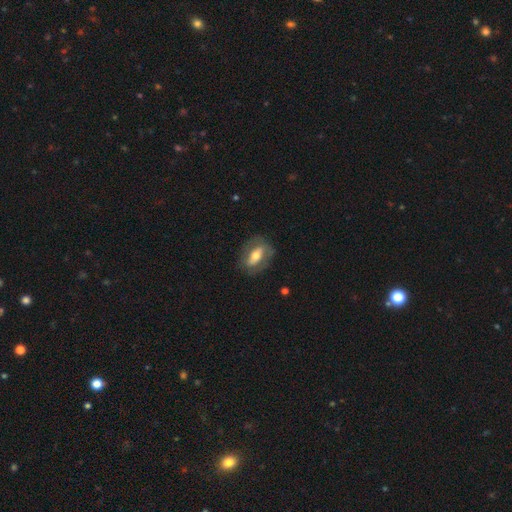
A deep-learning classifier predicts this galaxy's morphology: featured or disk 56%, smooth 38%, star or artifact 6%. Down the decision tree: edge-on disk — no (85%); merging — none (72%).